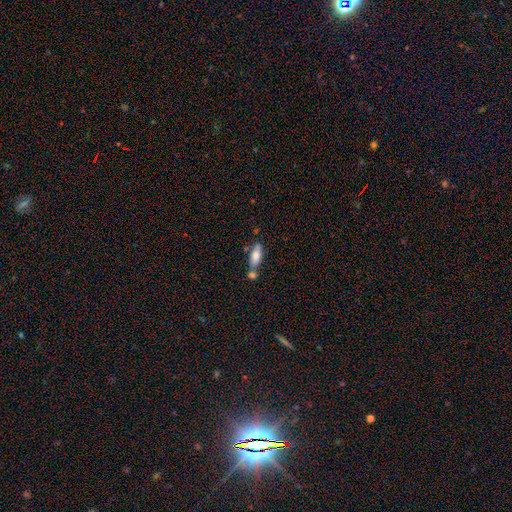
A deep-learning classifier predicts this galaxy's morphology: smooth 74%, featured or disk 19%, star or artifact 7%. Down the decision tree: how rounded — in between (71%); merging — none (51%).